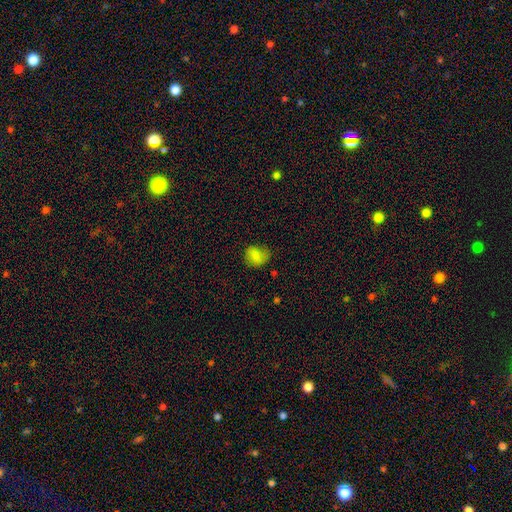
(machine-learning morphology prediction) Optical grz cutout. It shows a smooth galaxy with no disk features (78%) that is round (58%). Merging: none (63%).